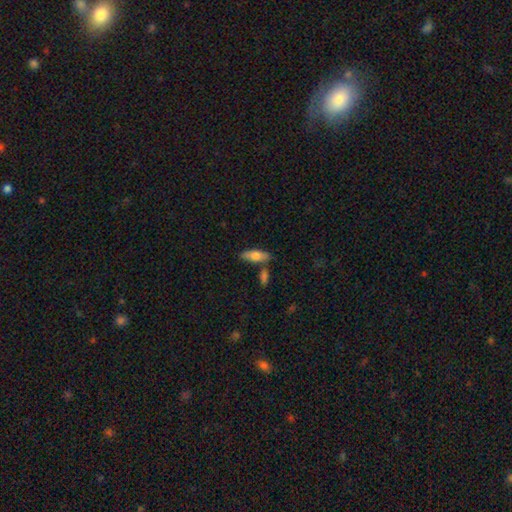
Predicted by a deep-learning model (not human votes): This is likely a smooth galaxy (74%). How rounded: likely in between (69%). Merging: likely none (68%).